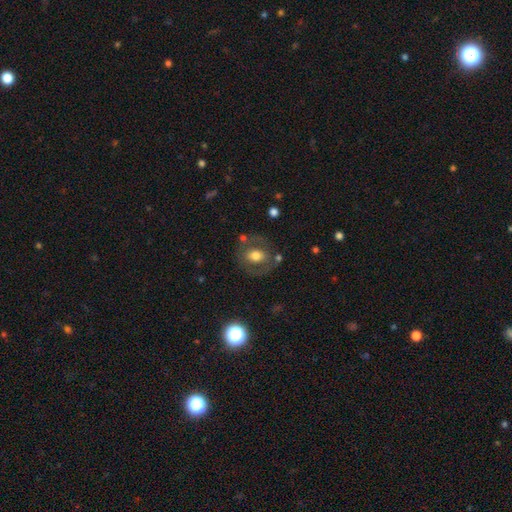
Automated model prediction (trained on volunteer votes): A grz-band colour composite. It shows a smooth galaxy with no disk features (54%) that is round (54%). Merging: none (72%).